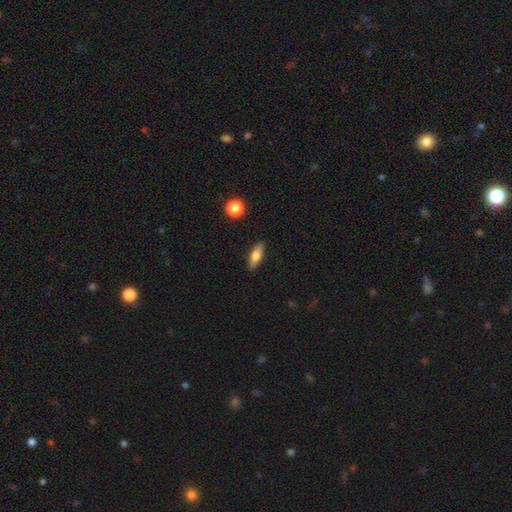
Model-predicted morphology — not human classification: Overall: smooth (70%). How rounded: in between (63%; cigar-shaped 34%). Merging: none (87%).